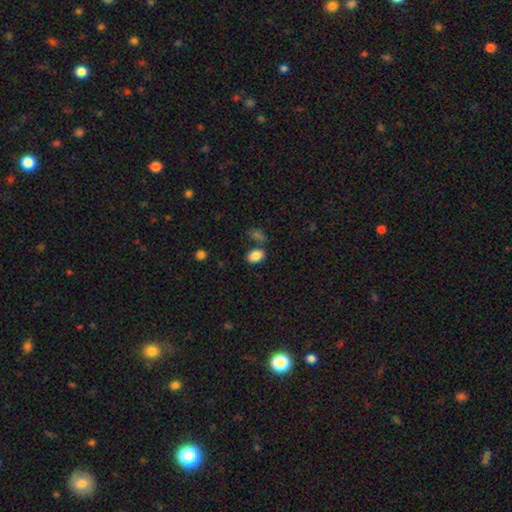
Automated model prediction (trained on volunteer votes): Overall: smooth (86%). How rounded: in between (83%). Merging: none (67%).